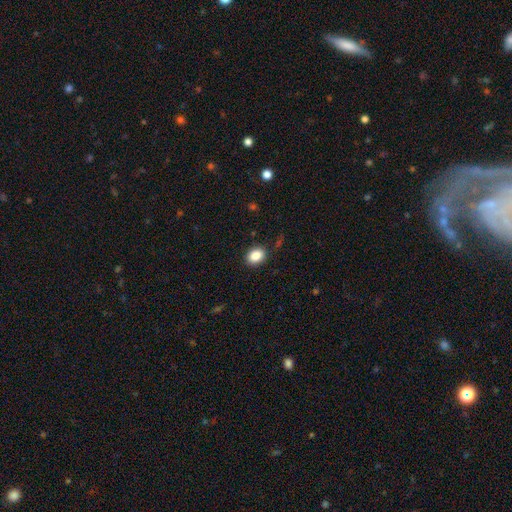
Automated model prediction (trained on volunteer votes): A smooth galaxy with no disk features (87%) that is in between round and cigar-shaped (64%).

Vote fractions:
- Smooth or featured? smooth: 87% / star or artifact: 9% / featured or disk: 4%
- How rounded? in between: 64% / round: 35% / cigar-shaped: 1%
- Merging? none: 87% / minor disturbance: 9% / major disturbance: 2% / merger: 1%